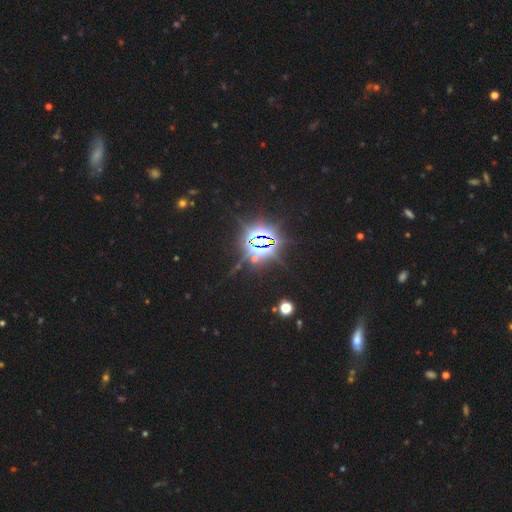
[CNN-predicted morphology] The model was most divided on "smooth or featured": star or artifact: 85%, featured or disk: 8%, smooth: 7%.